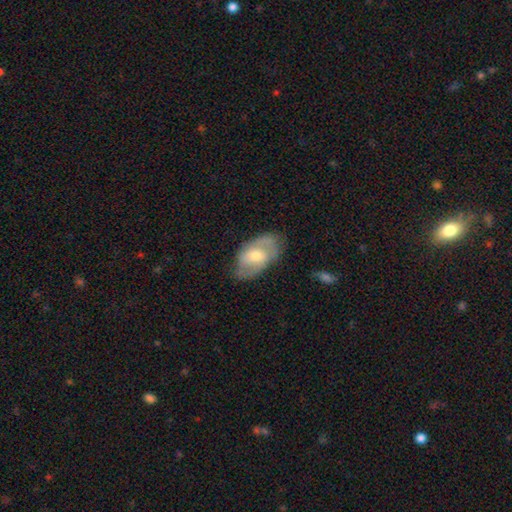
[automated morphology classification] Smooth or featured? featured or disk (60%)
Edge-on disk? no (93%)
Bar? no (51%)
Spiral arms? yes (76%)
Bulge size? moderate (56%)
Merging? none (68%)